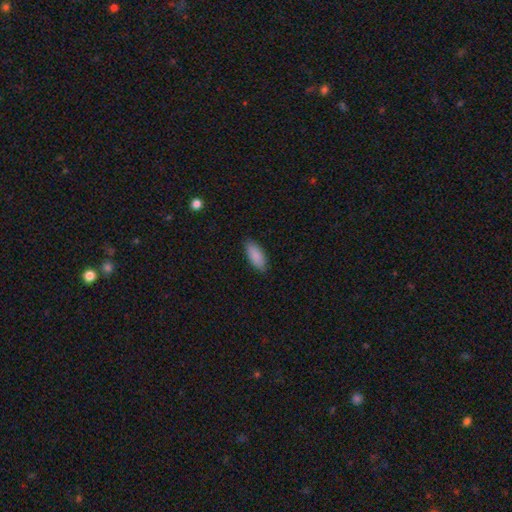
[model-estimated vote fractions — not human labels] Smooth or featured?
  - smooth: 89% *
  - star or artifact: 6%
  - featured or disk: 5%
How rounded?
  - in between: 83% *
  - cigar-shaped: 16%
  - round: 2%
Merging?
  - none: 86% *
  - minor disturbance: 11%
  - major disturbance: 2%
  - merger: 1%